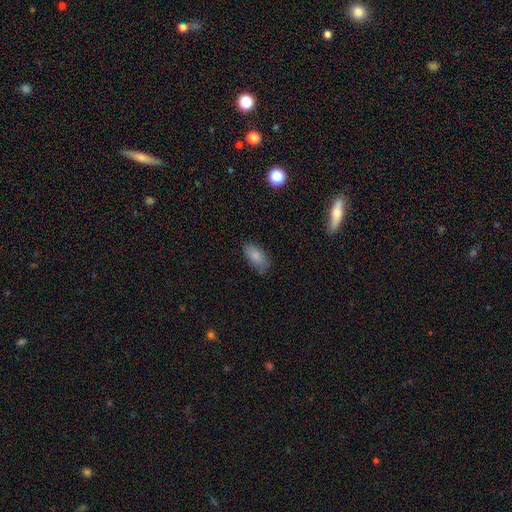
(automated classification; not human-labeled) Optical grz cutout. It shows a smooth galaxy with no disk features (84%) that is in between round and cigar-shaped (91%). Merging: none (77%).